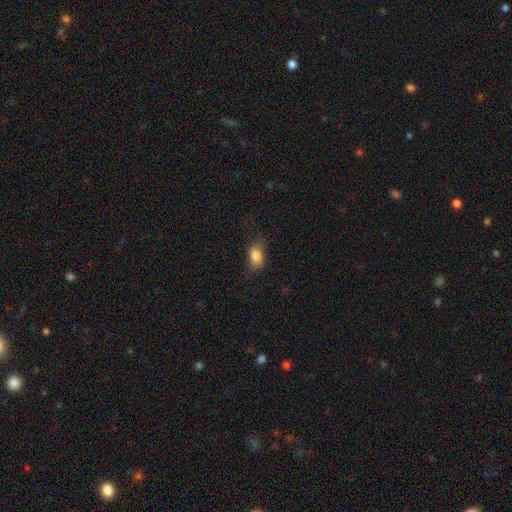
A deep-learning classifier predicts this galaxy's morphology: Overall: smooth (84%). How rounded: in between (81%). Merging: none (67%).